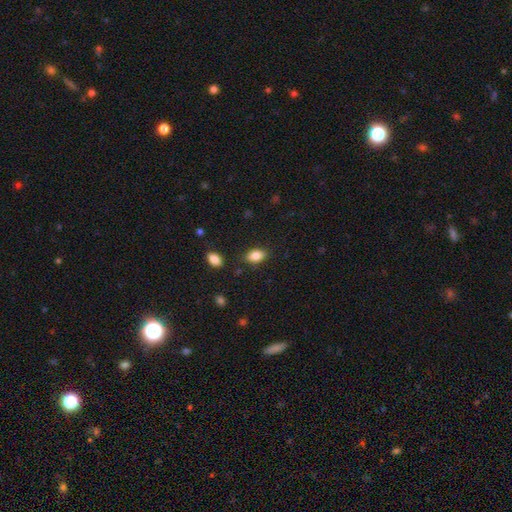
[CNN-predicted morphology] smooth 85%, star or artifact 8%, featured or disk 7%. Down the decision tree: how rounded — in between (89%); merging — none (84%).